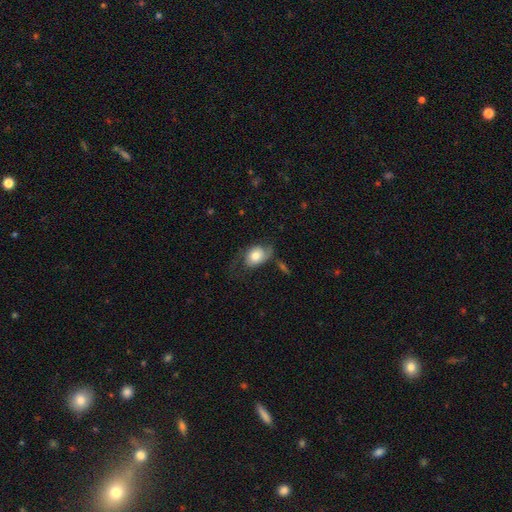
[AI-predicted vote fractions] Smooth or featured? Predicted: smooth (p=0.62). How rounded? Predicted: in between (p=0.73). Merging? Predicted: none (p=0.41).